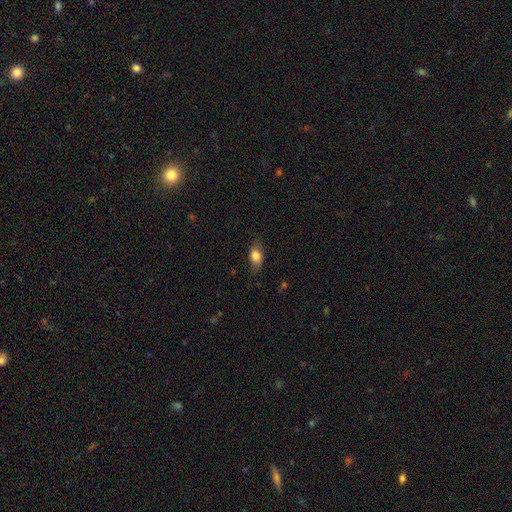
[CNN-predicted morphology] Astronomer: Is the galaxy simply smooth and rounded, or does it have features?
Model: smooth — 77%.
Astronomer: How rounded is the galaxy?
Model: in between — 80%.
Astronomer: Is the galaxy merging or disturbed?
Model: none — 71%.